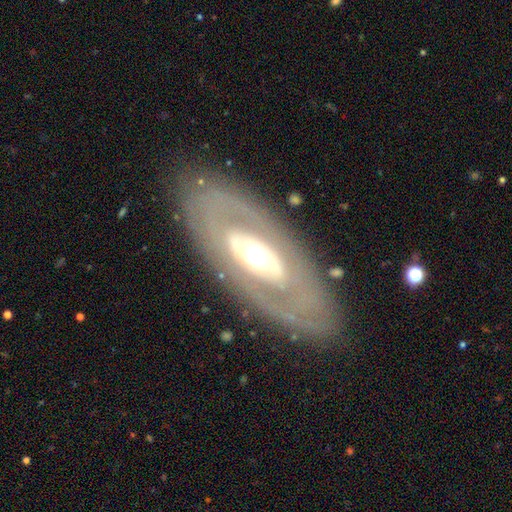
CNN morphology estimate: Smooth or featured? Predicted: featured or disk (p=0.73). Edge-on disk? Predicted: no (p=0.85). Bar? Predicted: no (p=0.72). Spiral arms? Predicted: no (p=0.73). Bulge size? Predicted: moderate (p=0.63). Merging? Predicted: none (p=0.83).